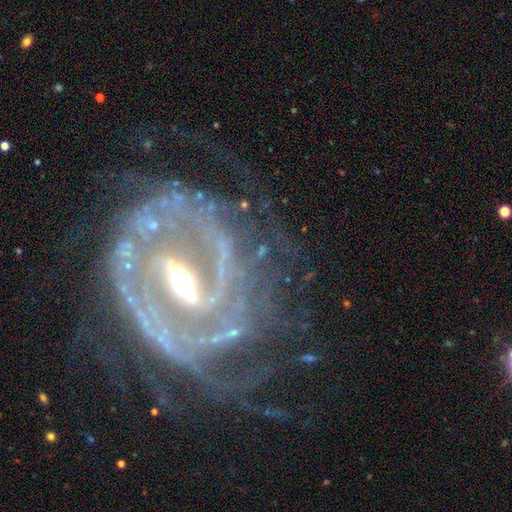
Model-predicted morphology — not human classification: Smooth or featured? Predicted: featured or disk (p=0.92). Edge-on disk? Predicted: no (p=0.97). Bar? Predicted: strong (p=0.57). Spiral arms? Predicted: yes (p=0.96). Spiral winding? Predicted: tight (p=0.58). Spiral arm count? Predicted: 2 (p=0.38). Bulge size? Predicted: moderate (p=0.59). Merging? Predicted: none (p=0.60).